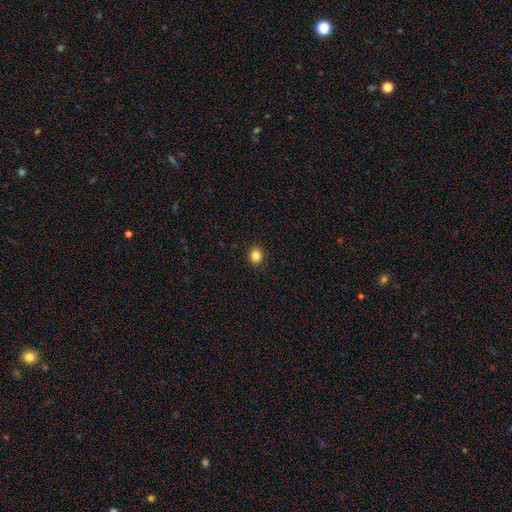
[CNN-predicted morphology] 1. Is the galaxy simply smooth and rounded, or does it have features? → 85% smooth, 11% star or artifact, 4% featured or disk.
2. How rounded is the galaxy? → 76% round, 23% in between, 1% cigar-shaped.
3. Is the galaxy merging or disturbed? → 90% none, 7% minor disturbance, 2% major disturbance, 1% merger.